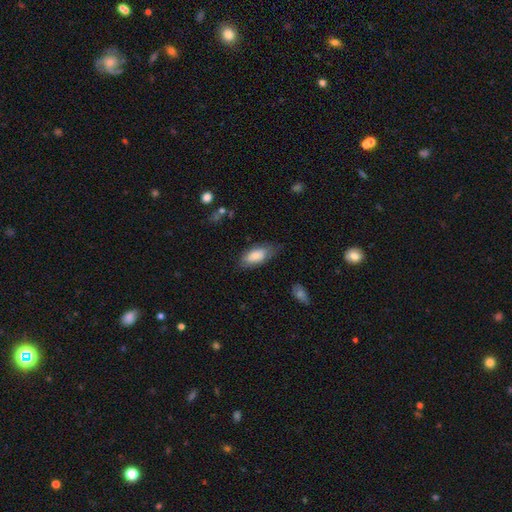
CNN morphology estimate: smooth 79%, featured or disk 15%, star or artifact 6%. Down the decision tree: how rounded — in between (87%); merging — none (64%).